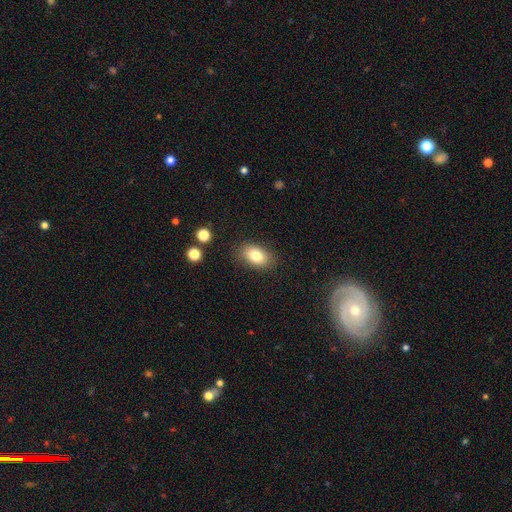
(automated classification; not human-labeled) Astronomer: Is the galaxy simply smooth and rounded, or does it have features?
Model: smooth — 81%.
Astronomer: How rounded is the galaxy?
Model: in between — 86%.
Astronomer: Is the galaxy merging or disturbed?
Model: none — 84%.